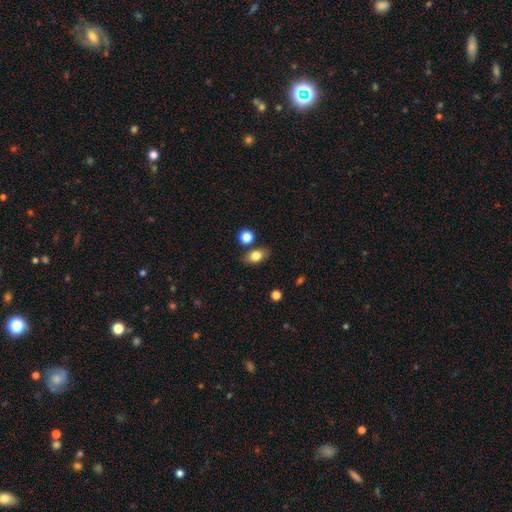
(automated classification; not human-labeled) Overall: smooth (80%). How rounded: in between (77%). Merging: none (78%).